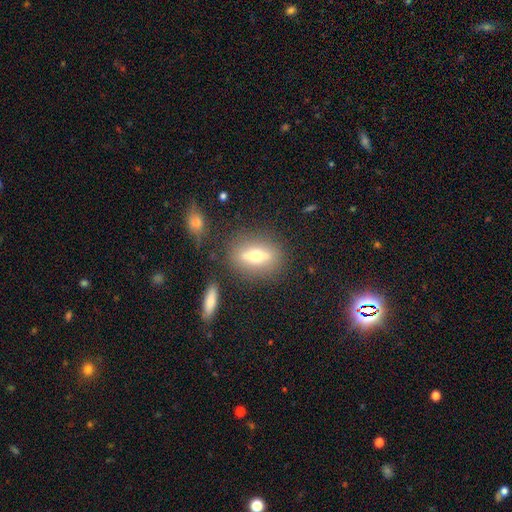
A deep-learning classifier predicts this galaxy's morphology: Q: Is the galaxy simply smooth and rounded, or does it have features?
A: smooth — 48%.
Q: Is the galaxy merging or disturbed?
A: none — 80%.